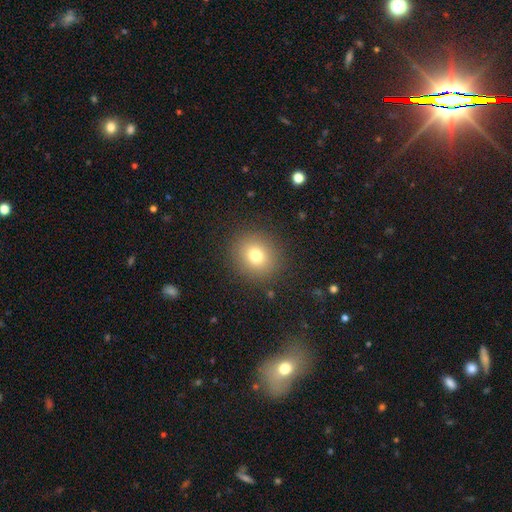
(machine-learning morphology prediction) A smooth galaxy with no disk features (75%) that is round (83%). Merging: none (88%).